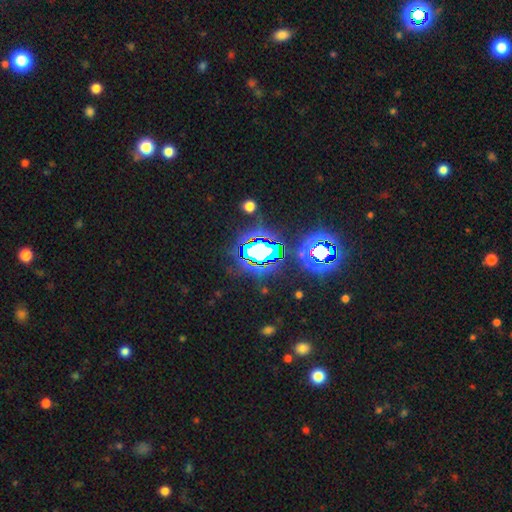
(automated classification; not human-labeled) The model was most divided on "smooth or featured": star or artifact: 77%, smooth: 13%, featured or disk: 10%.